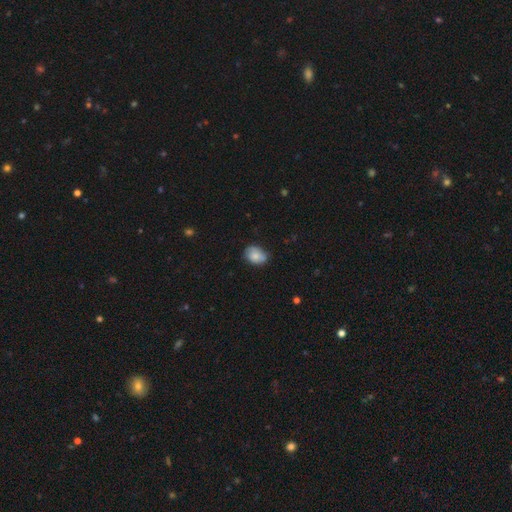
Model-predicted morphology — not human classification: Q: Smooth or featured?
A: smooth (75%); runner-up: featured or disk (17%)
Q: How rounded?
A: in between (67%); runner-up: round (32%)
Q: Merging?
A: none (63%); runner-up: minor disturbance (30%)